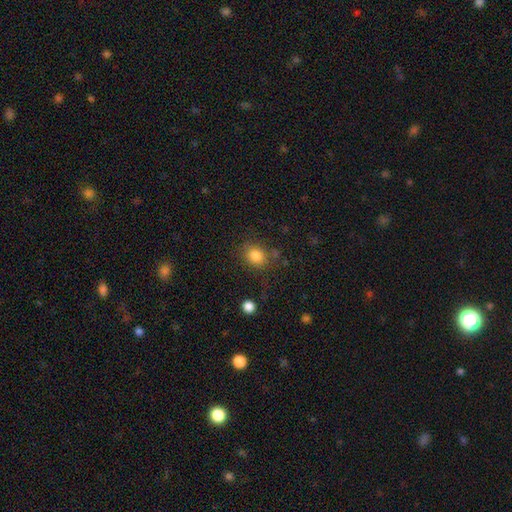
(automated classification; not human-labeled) This appears to be a smooth galaxy with no disk features (83%) that is round (65%). Merging: none (75%).